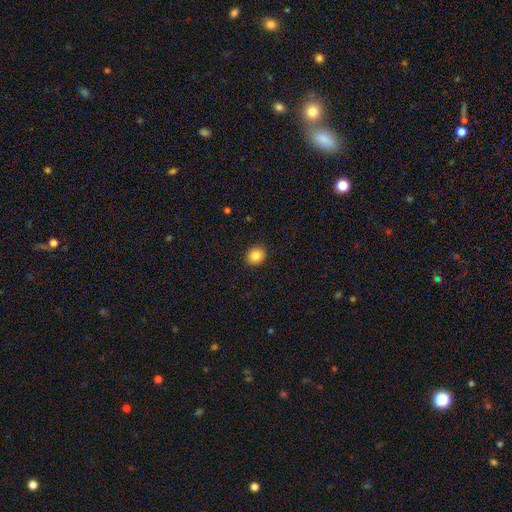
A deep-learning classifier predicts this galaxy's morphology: smooth 85%, star or artifact 9%, featured or disk 5%. Down the decision tree: how rounded — round (71%); merging — none (90%).